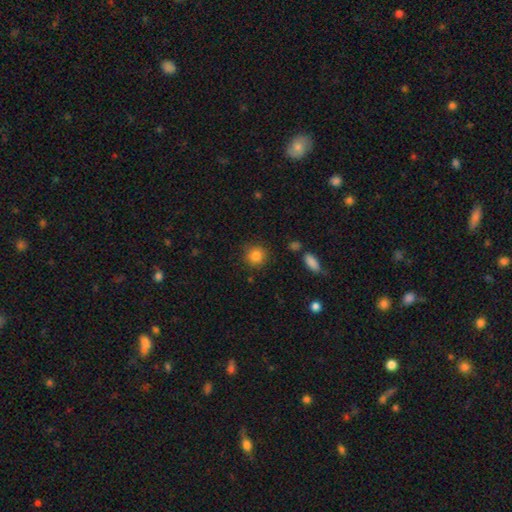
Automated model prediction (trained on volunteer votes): A smooth galaxy with no disk features (84%) that is round (91%).

Vote fractions:
- Smooth or featured? smooth: 84% / star or artifact: 10% / featured or disk: 6%
- How rounded? round: 91% / in between: 8% / cigar-shaped: 1%
- Merging? none: 87% / minor disturbance: 9% / major disturbance: 2% / merger: 2%